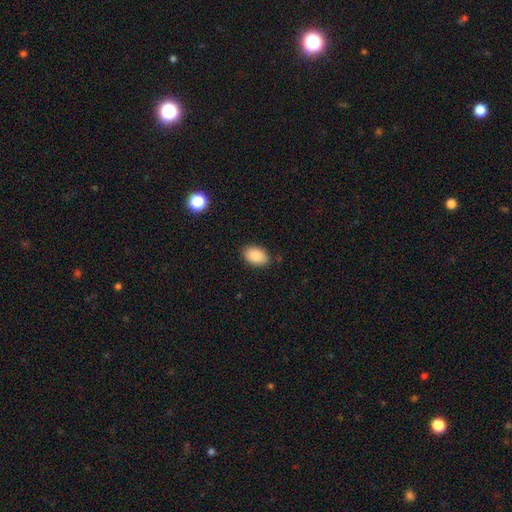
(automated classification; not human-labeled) smooth 87%, star or artifact 7%, featured or disk 5%. Down the decision tree: how rounded — in between (90%); merging — none (85%).